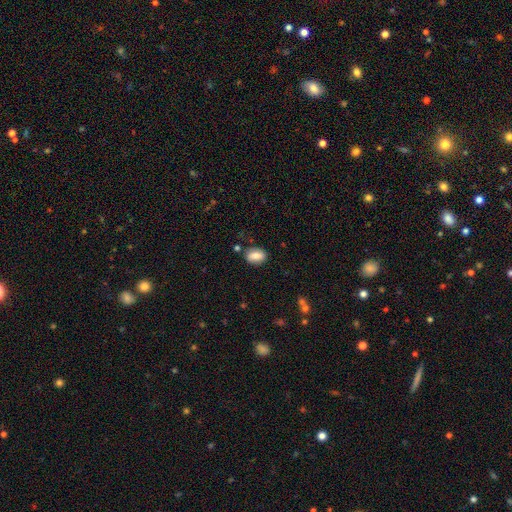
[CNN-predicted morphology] Smooth or featured?
  - smooth: 77% *
  - featured or disk: 15%
  - star or artifact: 8%
How rounded?
  - in between: 80% *
  - round: 18%
  - cigar-shaped: 2%
Merging?
  - none: 81% *
  - minor disturbance: 13%
  - merger: 3%
  - major disturbance: 3%